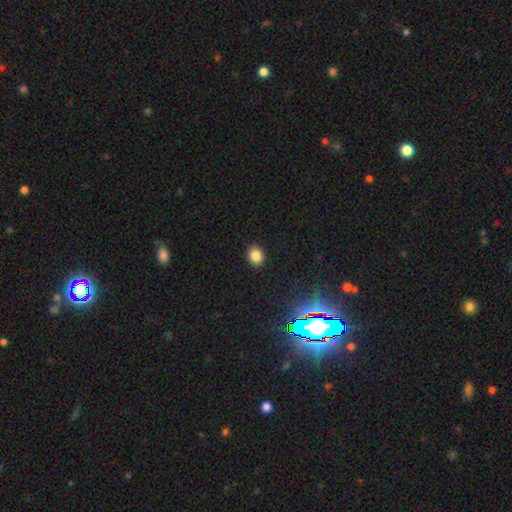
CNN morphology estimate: Overall: smooth (83%). How rounded: round (60%; in between 39%). Merging: none (91%).